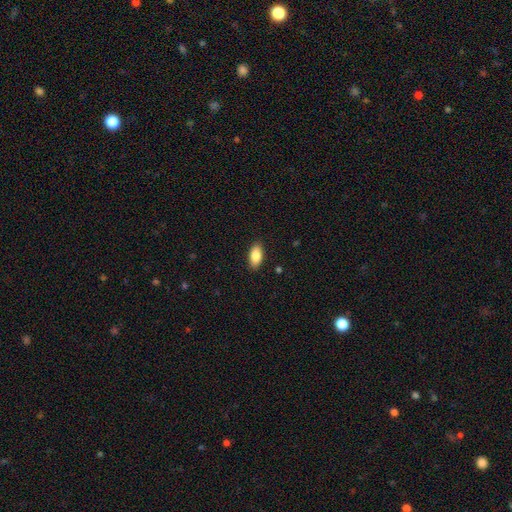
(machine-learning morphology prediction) This is clearly a smooth galaxy (85%). How rounded: clearly in between (92%). Merging: clearly none (89%).